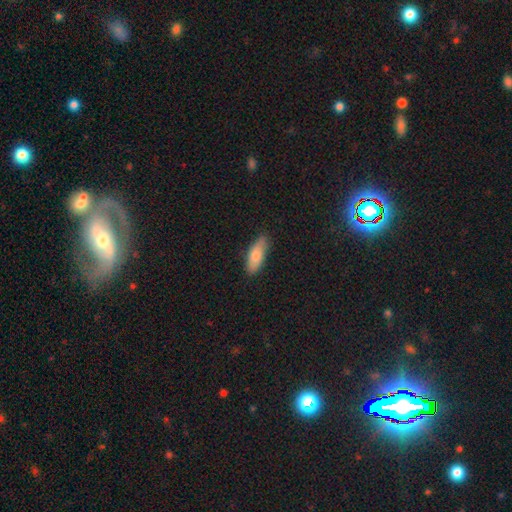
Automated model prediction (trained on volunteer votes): Overall: smooth (80%). How rounded: in between (66%; cigar-shaped 32%). Merging: none (81%).